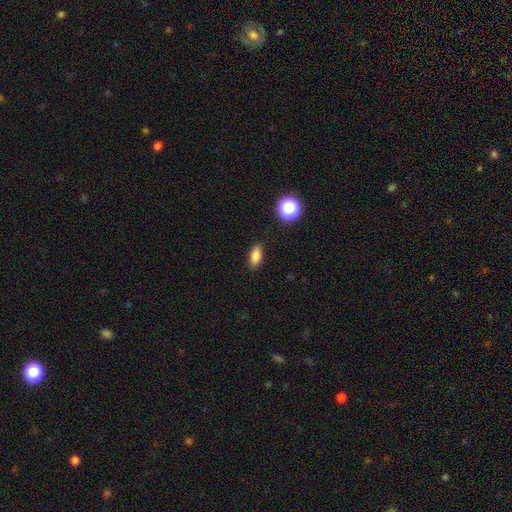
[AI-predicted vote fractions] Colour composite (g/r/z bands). It shows a smooth galaxy with no disk features (81%) that is in between round and cigar-shaped (81%). Merging: none (88%).